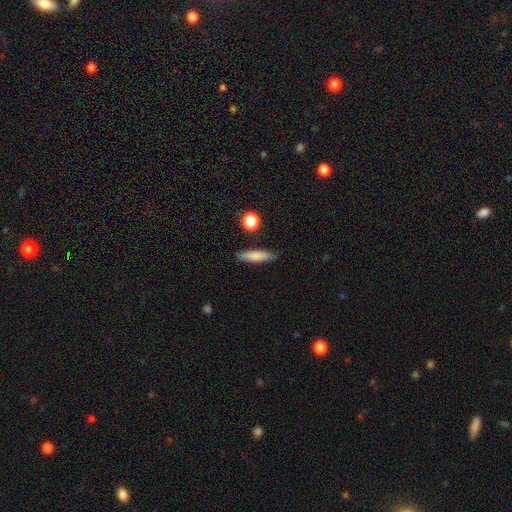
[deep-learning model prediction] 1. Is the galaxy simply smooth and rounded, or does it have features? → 80% smooth, 13% featured or disk, 8% star or artifact.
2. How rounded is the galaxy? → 74% cigar-shaped, 24% in between, 2% round.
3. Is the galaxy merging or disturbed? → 86% none, 9% minor disturbance, 2% major disturbance, 2% merger.